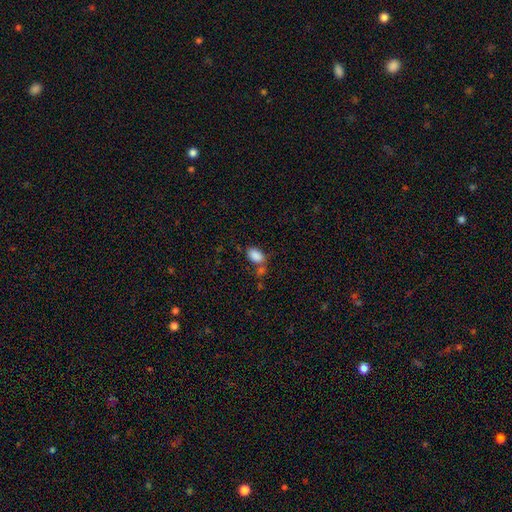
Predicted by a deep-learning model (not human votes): This appears to be a smooth galaxy with no disk features (86%) that is in between round and cigar-shaped (90%). Merging: none (56%).